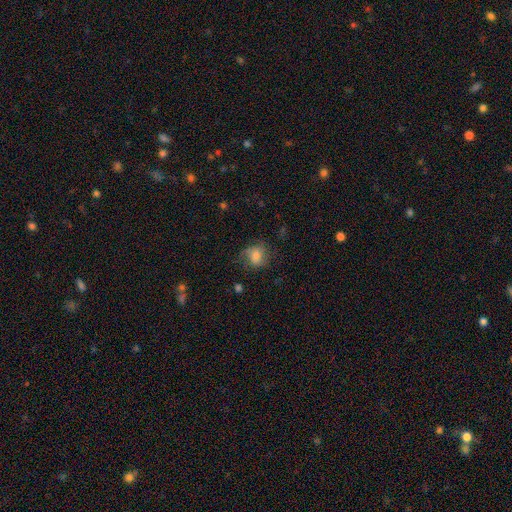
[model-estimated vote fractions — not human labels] Morphology: type=smooth (62%); roundness=round (65%); merging=none (61%).